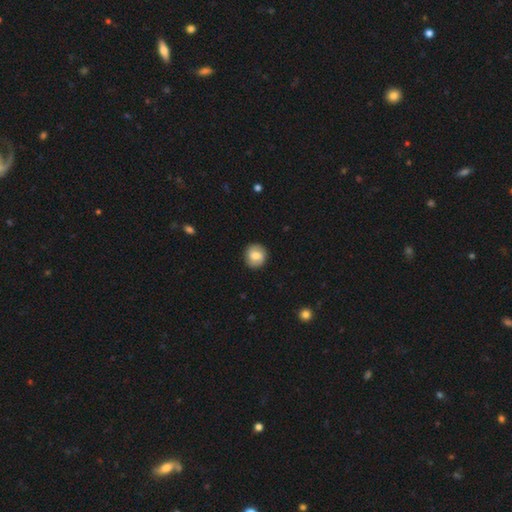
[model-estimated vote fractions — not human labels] Q: Smooth or featured?
A: smooth (68%); runner-up: featured or disk (24%)
Q: How rounded?
A: round (87%); runner-up: in between (12%)
Q: Merging?
A: none (88%); runner-up: minor disturbance (9%)